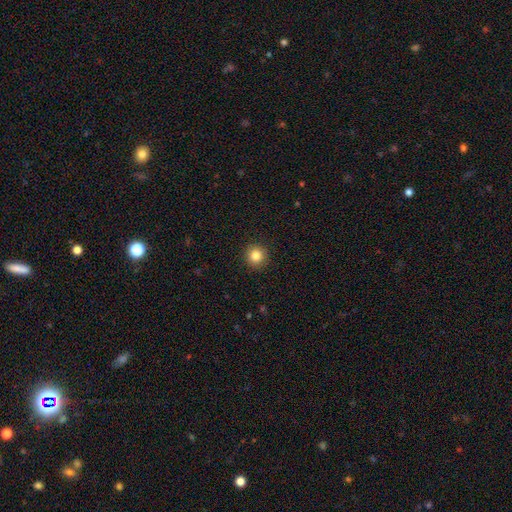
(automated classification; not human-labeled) A smooth galaxy with no disk features (84%) that is round (94%).

Vote fractions:
- Smooth or featured? smooth: 84% / star or artifact: 11% / featured or disk: 5%
- How rounded? round: 94% / in between: 5% / cigar-shaped: 1%
- Merging? none: 92% / minor disturbance: 5% / major disturbance: 2% / merger: 1%